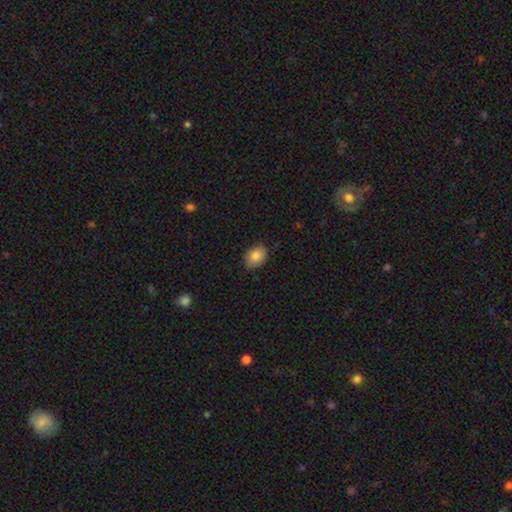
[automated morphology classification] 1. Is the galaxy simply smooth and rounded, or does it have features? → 84% smooth, 8% star or artifact, 8% featured or disk.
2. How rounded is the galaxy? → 68% in between, 31% round, 1% cigar-shaped.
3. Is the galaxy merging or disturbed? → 85% none, 12% minor disturbance, 2% major disturbance, 1% merger.